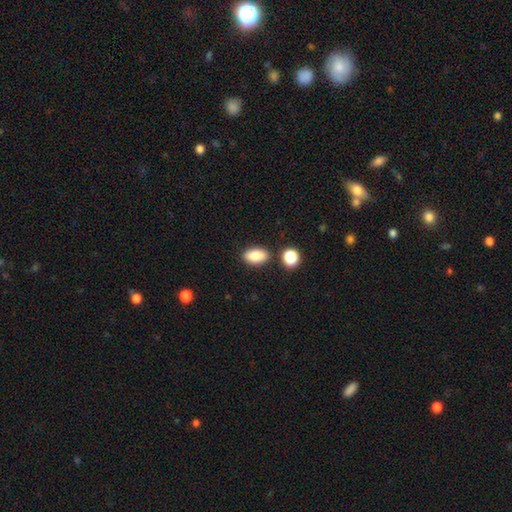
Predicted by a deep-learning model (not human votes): This appears to be a smooth galaxy with no disk features (86%) that is in between round and cigar-shaped (89%). Merging: none (82%).